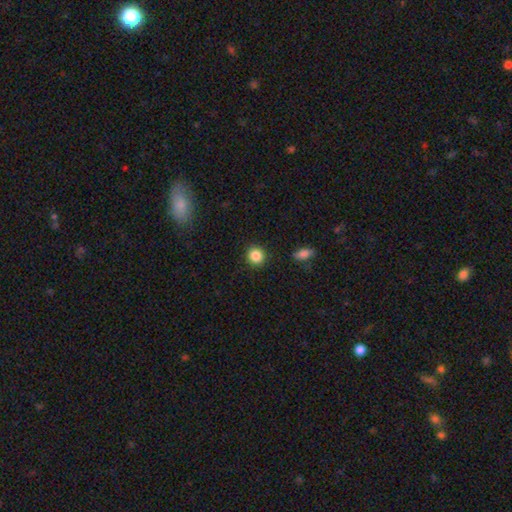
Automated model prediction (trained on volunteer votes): A smooth galaxy with no disk features (86%) that is round (88%). Merging: none (90%).